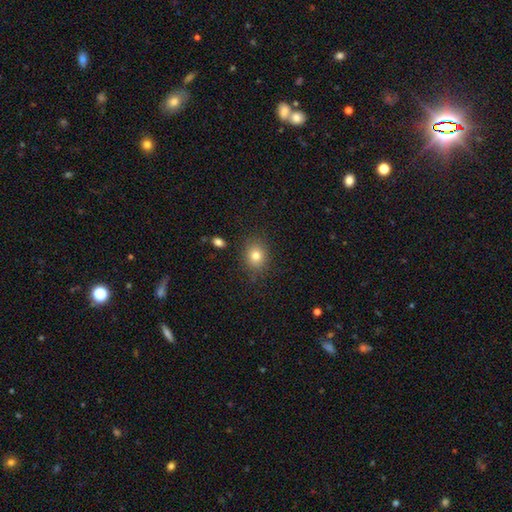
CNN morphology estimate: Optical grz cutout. It shows a smooth galaxy with no disk features (80%) that is round (60%). Merging: none (84%).